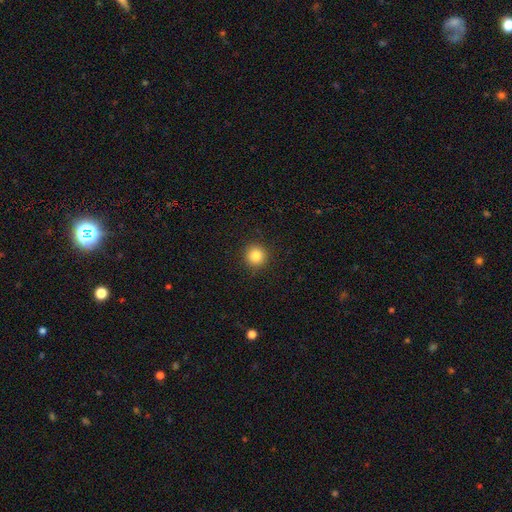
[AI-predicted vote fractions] This is clearly a smooth galaxy (84%). How rounded: clearly round (95%). Merging: clearly none (92%).